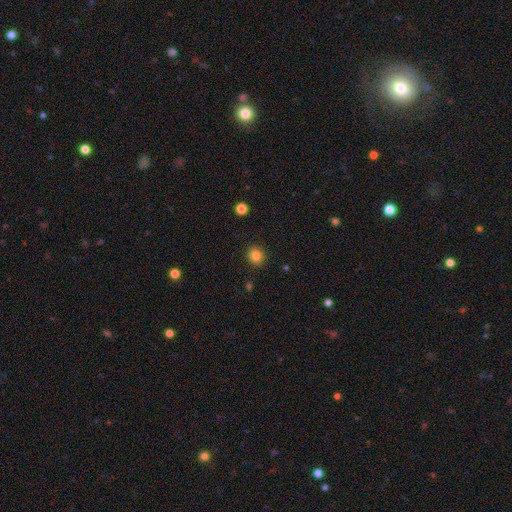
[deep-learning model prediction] Smooth or featured: smooth — 83% (star or artifact — 12%)
How rounded: round — 84% (in between — 15%)
Merging: none — 90% (minor disturbance — 7%)